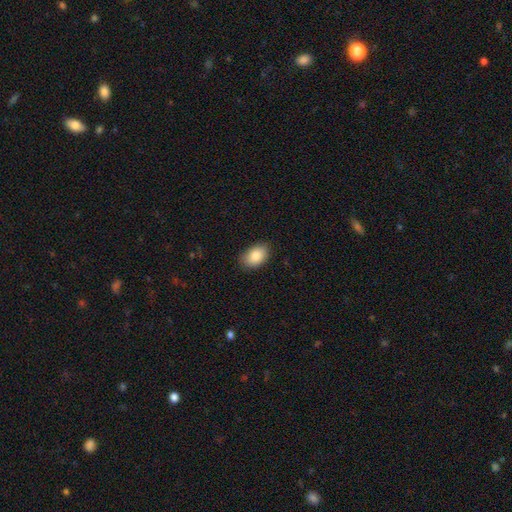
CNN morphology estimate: smooth 86%, star or artifact 7%, featured or disk 7%. Down the decision tree: how rounded — in between (87%); merging — none (86%).